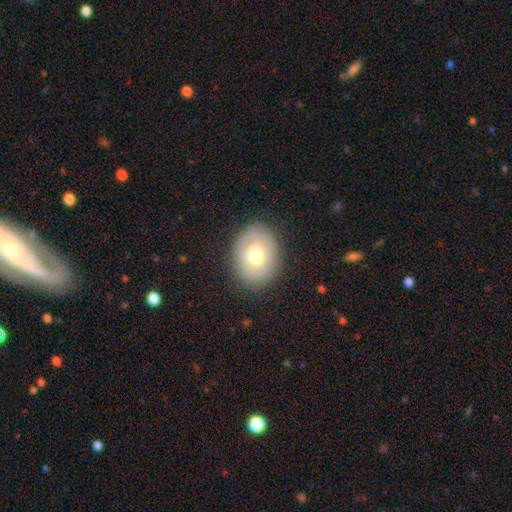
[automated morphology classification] A smooth galaxy with no disk features (60%) that is in between round and cigar-shaped (52%).

Vote fractions:
- Smooth or featured? smooth: 60% / featured or disk: 32% / star or artifact: 8%
- How rounded? in between: 52% / round: 47% / cigar-shaped: 1%
- Merging? none: 82% / minor disturbance: 13% / major disturbance: 4% / merger: 1%